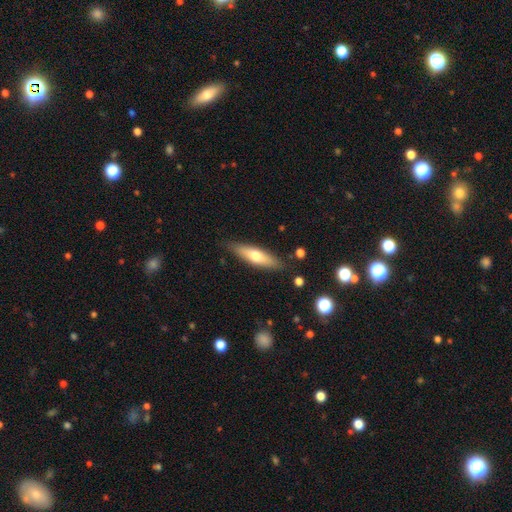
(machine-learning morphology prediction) smooth_or_featured: smooth (p=0.61) [alt: featured or disk p=0.33]
how_rounded: cigar-shaped (p=0.62) [alt: in between p=0.36]
merging: none (p=0.84) [alt: minor disturbance p=0.12]